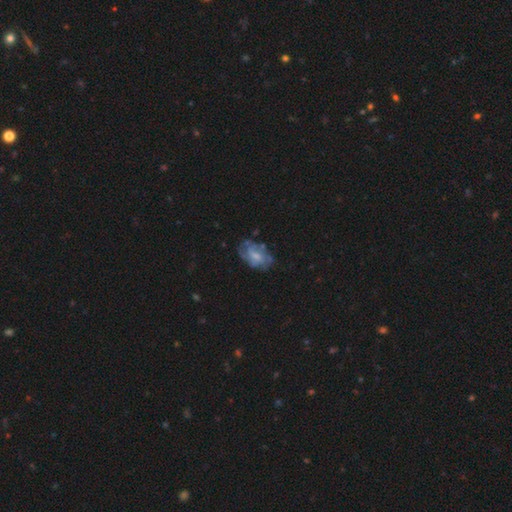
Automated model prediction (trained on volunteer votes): Smooth or featured? featured or disk (60%)
Edge-on disk? no (96%)
Bar? no (49%)
Spiral arms? yes (67%)
Bulge size? moderate (38%, tied with small)
Merging? none (59%)